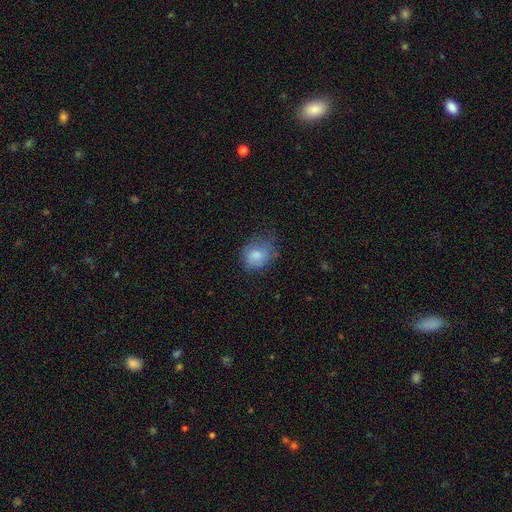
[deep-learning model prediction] Smooth or featured: smooth — 77% (featured or disk — 15%)
How rounded: round — 52% (in between — 47%)
Merging: none — 52% (minor disturbance — 31%)